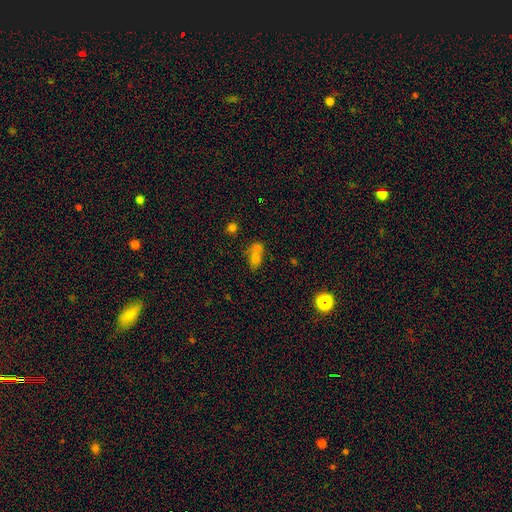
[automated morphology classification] A smooth galaxy with no disk features (70%) that is in between round and cigar-shaped (76%).

Vote fractions:
- Smooth or featured? smooth: 70% / star or artifact: 15% / featured or disk: 15%
- How rounded? in between: 76% / round: 18% / cigar-shaped: 6%
- Merging? merger: 49% / none: 32% / minor disturbance: 12% / major disturbance: 7%